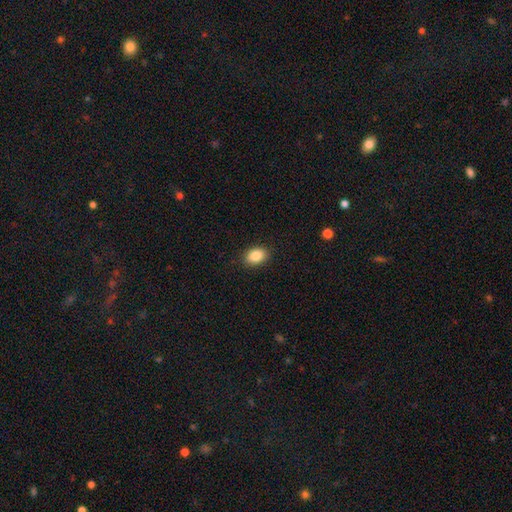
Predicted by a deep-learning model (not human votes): Smooth or featured?
  - smooth: 88% *
  - star or artifact: 8%
  - featured or disk: 4%
How rounded?
  - in between: 80% *
  - round: 19%
  - cigar-shaped: 1%
Merging?
  - none: 89% *
  - minor disturbance: 8%
  - major disturbance: 2%
  - merger: 1%